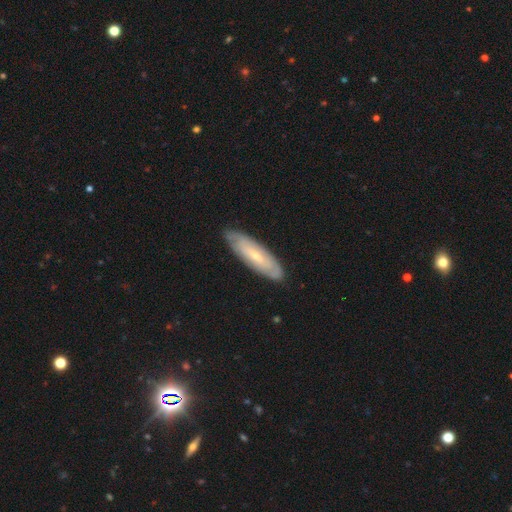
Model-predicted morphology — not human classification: This is possibly a featured or disk galaxy (58%). It is likely not viewed edge-on (72%). Merging: clearly none (82%).